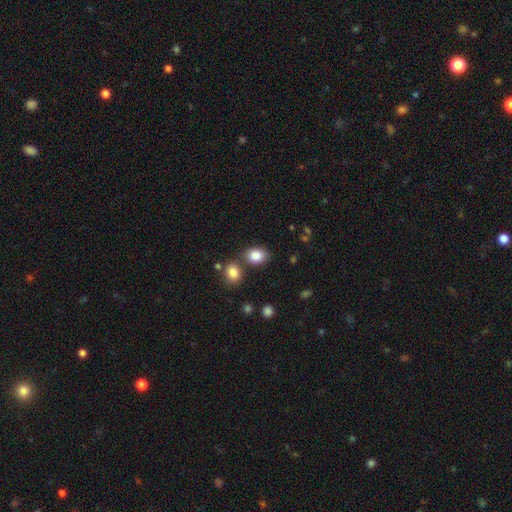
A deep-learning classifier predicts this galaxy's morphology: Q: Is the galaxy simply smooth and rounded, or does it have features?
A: smooth — 86%.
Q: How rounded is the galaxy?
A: in between — 70%.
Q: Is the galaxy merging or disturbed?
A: none — 69%.